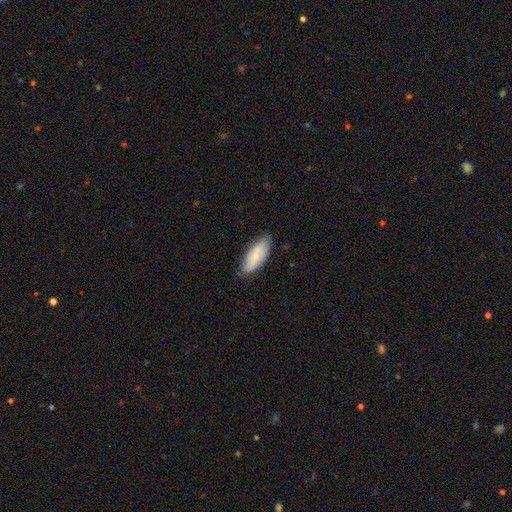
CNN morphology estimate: Smooth or featured? Predicted: smooth (p=0.61). How rounded? Predicted: in between (p=0.81). Merging? Predicted: none (p=0.74).